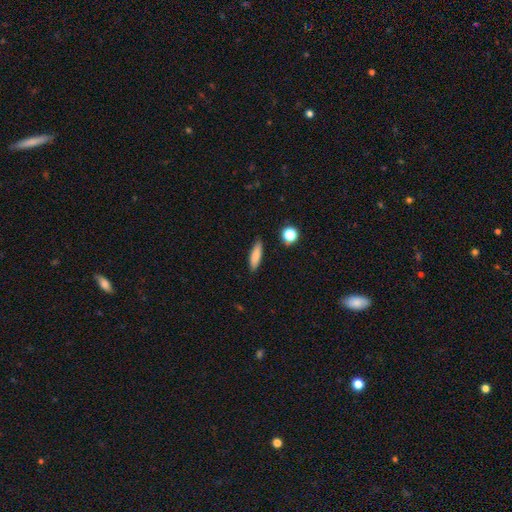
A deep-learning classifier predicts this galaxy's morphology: Overall: smooth (81%). How rounded: cigar-shaped (64%; in between 33%). Merging: none (86%).